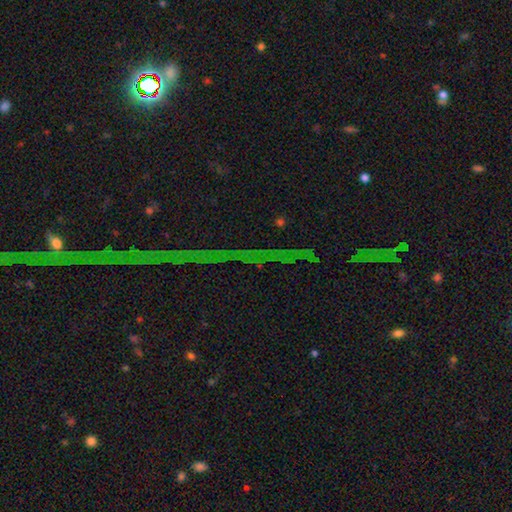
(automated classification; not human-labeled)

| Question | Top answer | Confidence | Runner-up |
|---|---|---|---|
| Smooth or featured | star or artifact | 84% | featured or disk (9%) |